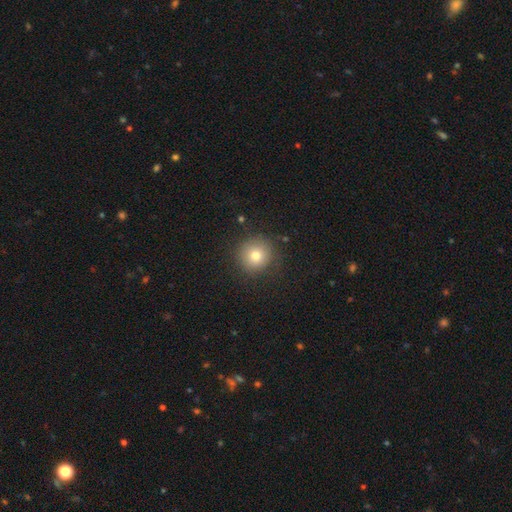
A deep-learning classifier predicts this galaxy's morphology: A smooth galaxy with no disk features (76%) that is round (94%).

Vote fractions:
- Smooth or featured? smooth: 76% / star or artifact: 13% / featured or disk: 11%
- How rounded? round: 94% / in between: 5% / cigar-shaped: 1%
- Merging? none: 86% / minor disturbance: 9% / major disturbance: 3% / merger: 1%